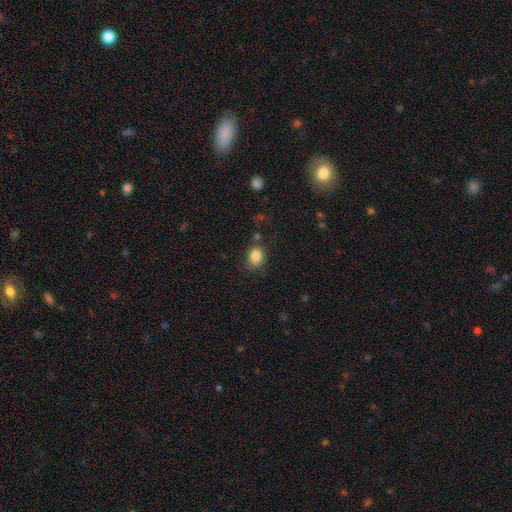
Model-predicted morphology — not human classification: Smooth or featured? smooth (84%)
How rounded? round (52%)
Merging? none (75%)